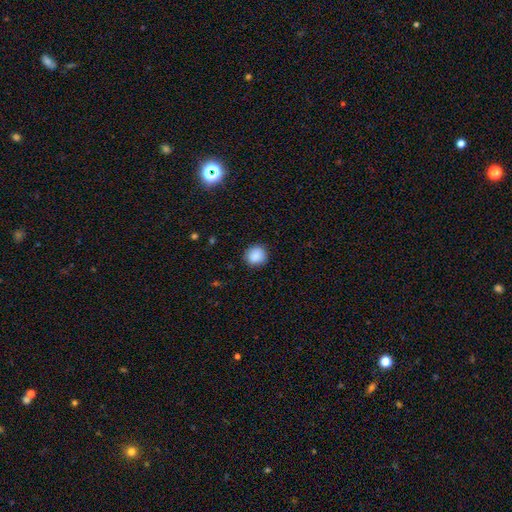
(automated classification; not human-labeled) Smooth or featured?
  - smooth: 89% *
  - star or artifact: 8%
  - featured or disk: 3%
How rounded?
  - round: 86% *
  - in between: 13%
  - cigar-shaped: 1%
Merging?
  - none: 89% *
  - minor disturbance: 8%
  - major disturbance: 2%
  - merger: 1%